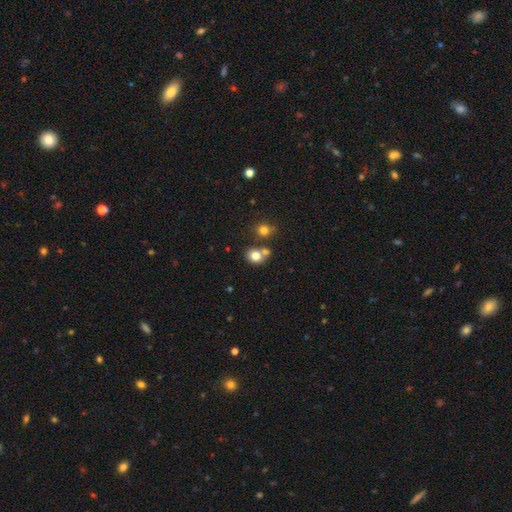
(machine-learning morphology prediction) Smooth or featured: smooth — 79% (star or artifact — 12%)
How rounded: round — 72% (in between — 27%)
Merging: none — 55% (merger — 32%)